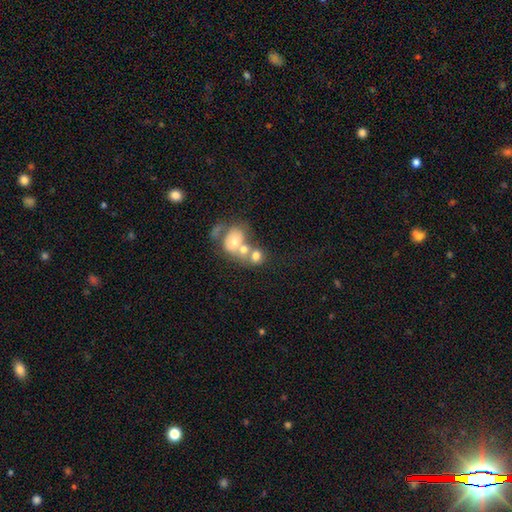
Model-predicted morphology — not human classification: Smooth or featured?
  - smooth: 63% *
  - featured or disk: 25%
  - star or artifact: 12%
How rounded?
  - round: 59% *
  - in between: 40%
  - cigar-shaped: 1%
Merging?
  - merger: 62% *
  - none: 23%
  - minor disturbance: 8%
  - major disturbance: 7%